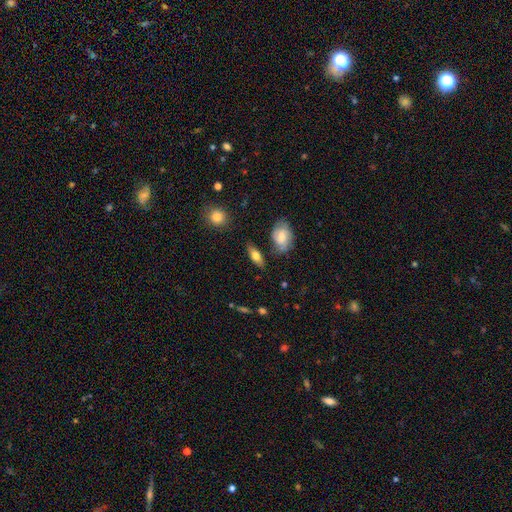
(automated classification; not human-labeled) Overall: smooth (64%; featured or disk 28%). How rounded: in between (74%). Merging: none (77%).